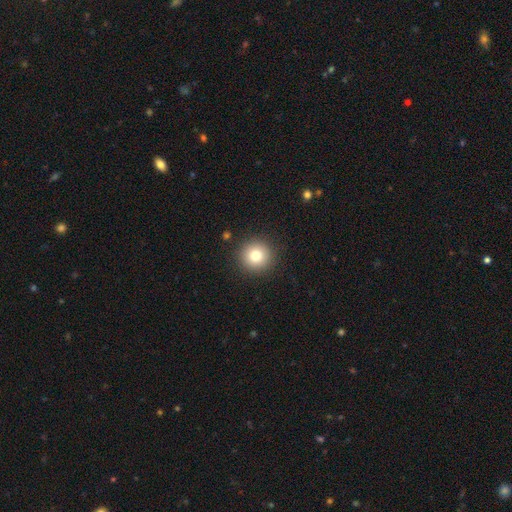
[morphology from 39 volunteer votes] smooth 79%, featured or disk 10%, star or artifact 10%. Down the decision tree: how rounded — round (100%); merging — none (89%).